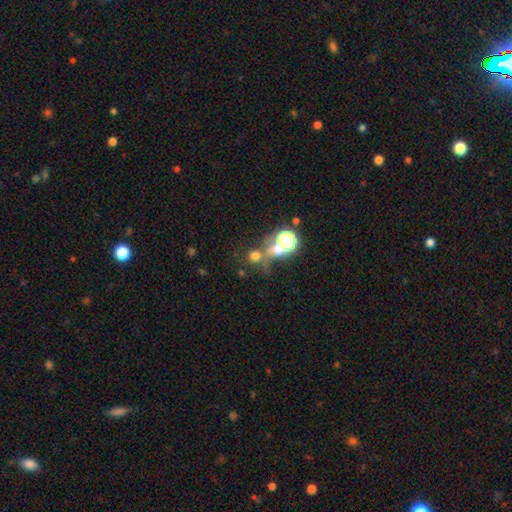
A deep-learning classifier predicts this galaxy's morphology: smooth 61%, star or artifact 28%, featured or disk 11%. Down the decision tree: how rounded — round (88%); merging — none (55%).